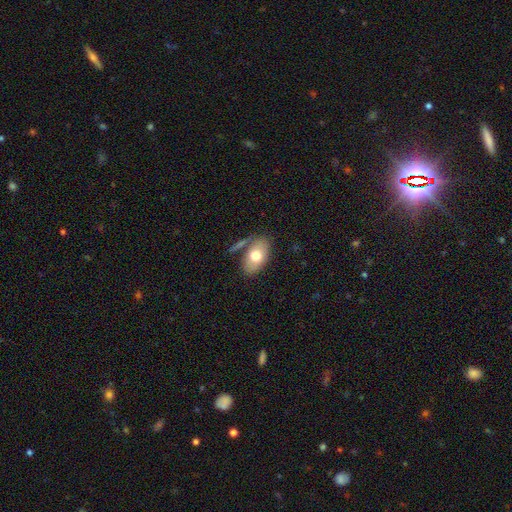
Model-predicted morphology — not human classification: Smooth or featured: smooth — 73% (featured or disk — 21%)
How rounded: in between — 90% (round — 8%)
Merging: none — 67% (minor disturbance — 15%)